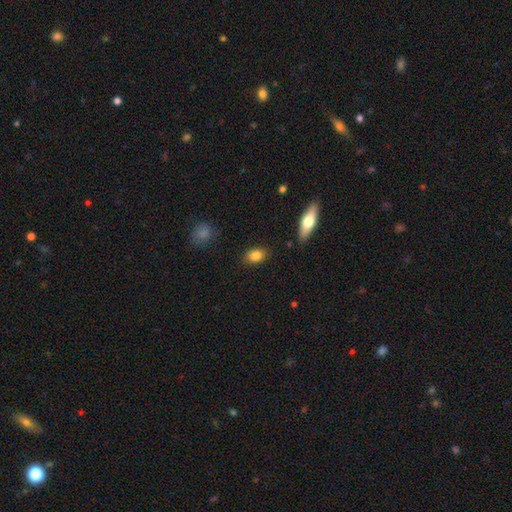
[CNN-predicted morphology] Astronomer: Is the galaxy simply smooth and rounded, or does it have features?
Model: smooth — 84%.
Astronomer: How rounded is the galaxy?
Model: in between — 76%.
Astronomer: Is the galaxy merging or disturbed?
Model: none — 85%.